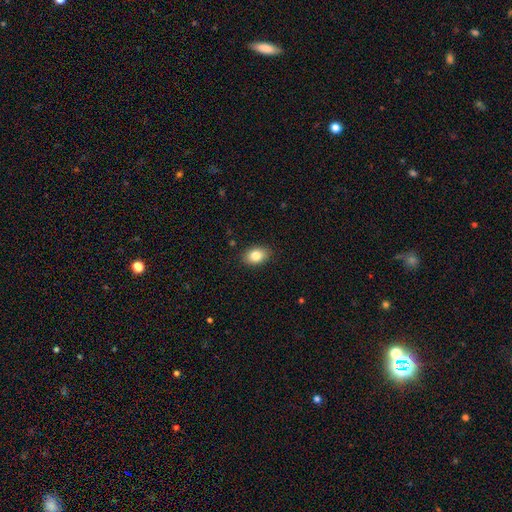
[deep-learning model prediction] Smooth or featured: smooth — 84% (star or artifact — 9%)
How rounded: in between — 78% (round — 21%)
Merging: none — 88% (minor disturbance — 9%)